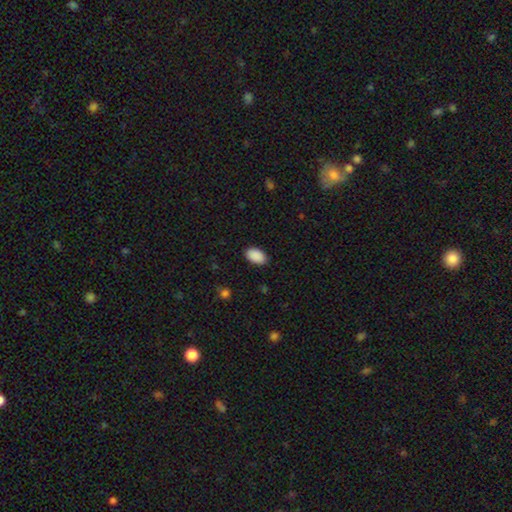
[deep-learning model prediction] Smooth or featured? Predicted: smooth (p=0.91). How rounded? Predicted: in between (p=0.94). Merging? Predicted: none (p=0.87).